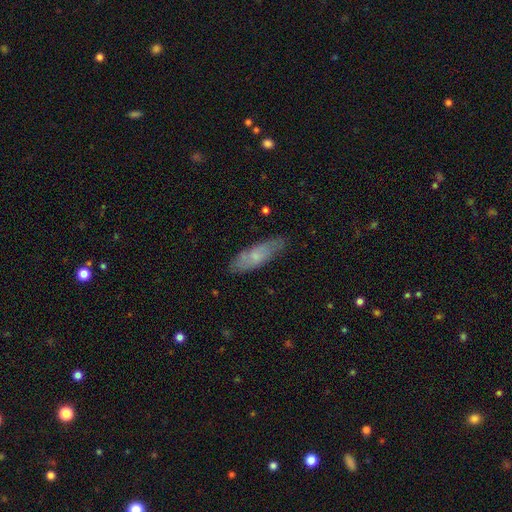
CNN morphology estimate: Q: Smooth or featured?
A: smooth (58%); runner-up: featured or disk (36%)
Q: How rounded?
A: cigar-shaped (52%); runner-up: in between (46%)
Q: Merging?
A: none (79%); runner-up: minor disturbance (17%)